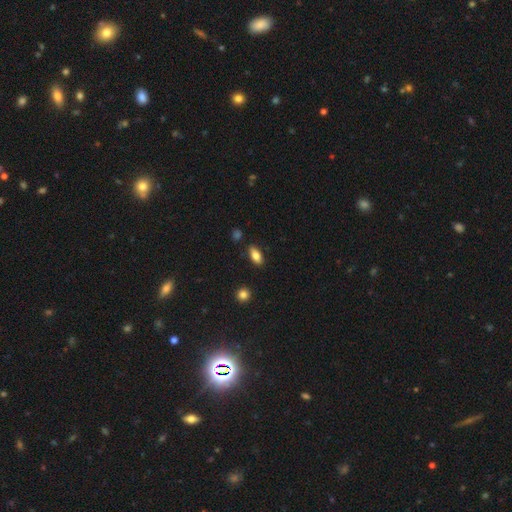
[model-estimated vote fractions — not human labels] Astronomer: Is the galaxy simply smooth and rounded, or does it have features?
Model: smooth — 79%.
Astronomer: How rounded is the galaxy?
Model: in between — 84%.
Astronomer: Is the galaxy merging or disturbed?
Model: none — 86%.